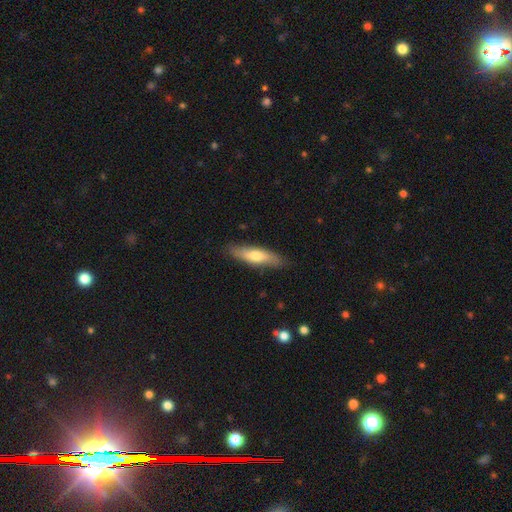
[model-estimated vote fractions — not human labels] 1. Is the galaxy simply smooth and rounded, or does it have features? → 62% smooth, 32% featured or disk, 5% star or artifact.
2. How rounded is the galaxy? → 59% cigar-shaped, 38% in between, 2% round.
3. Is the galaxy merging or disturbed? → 83% none, 14% minor disturbance, 2% major disturbance, 1% merger.